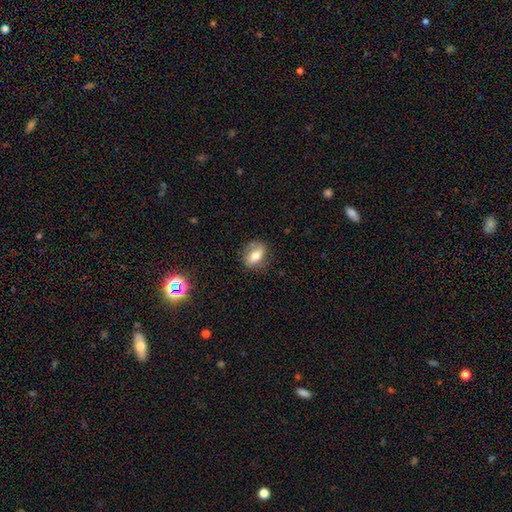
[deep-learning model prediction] Q: Smooth or featured?
A: smooth (61%); runner-up: featured or disk (30%)
Q: How rounded?
A: in between (72%); runner-up: round (22%)
Q: Merging?
A: none (79%); runner-up: minor disturbance (15%)